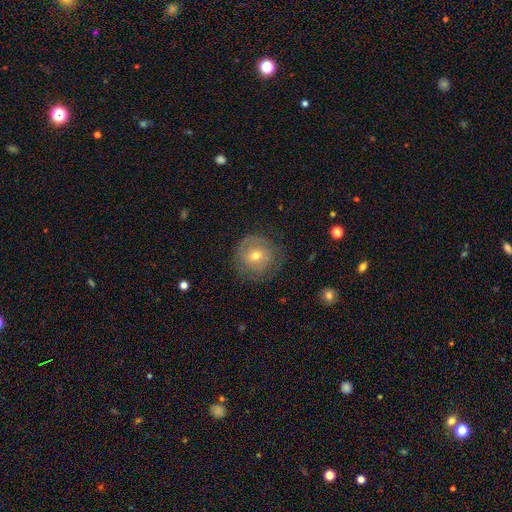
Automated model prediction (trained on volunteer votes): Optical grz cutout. It shows a featured or disk galaxy (46%). Merging: none (71%).